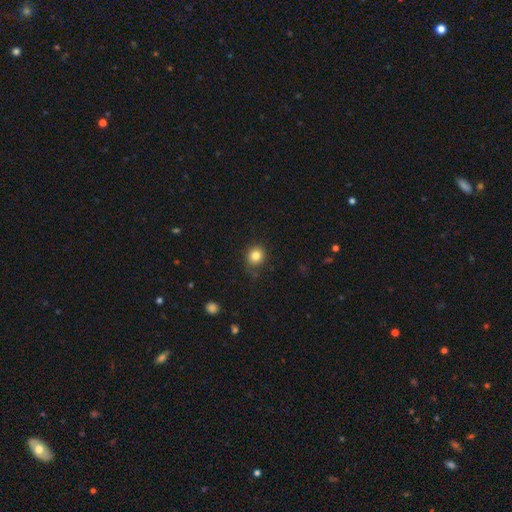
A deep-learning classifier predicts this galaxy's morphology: smooth_or_featured: smooth (p=0.82) [alt: star or artifact p=0.11]
how_rounded: round (p=0.84) [alt: in between p=0.15]
merging: none (p=0.81) [alt: minor disturbance p=0.14]